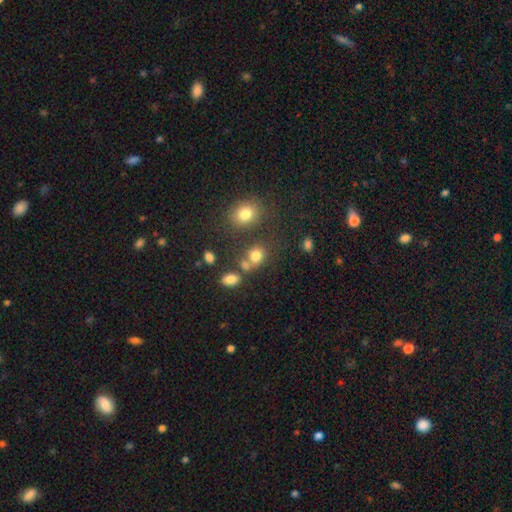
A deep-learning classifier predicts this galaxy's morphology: This appears to be a smooth galaxy with no disk features (77%) that is round (60%). Merging: none (51%).